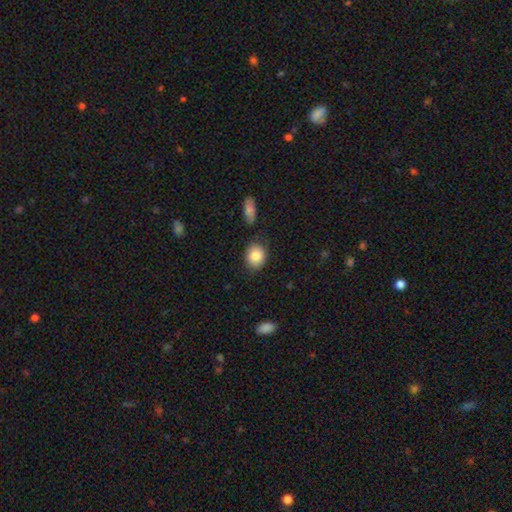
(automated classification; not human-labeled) Smooth or featured: smooth — 84% (featured or disk — 9%)
How rounded: round — 53% (in between — 46%)
Merging: none — 80% (minor disturbance — 13%)